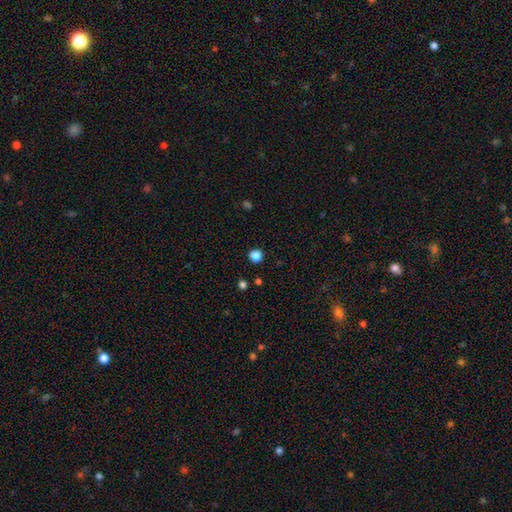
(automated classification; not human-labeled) smooth 85%, star or artifact 12%, featured or disk 3%. Down the decision tree: how rounded — round (90%); merging — none (89%).